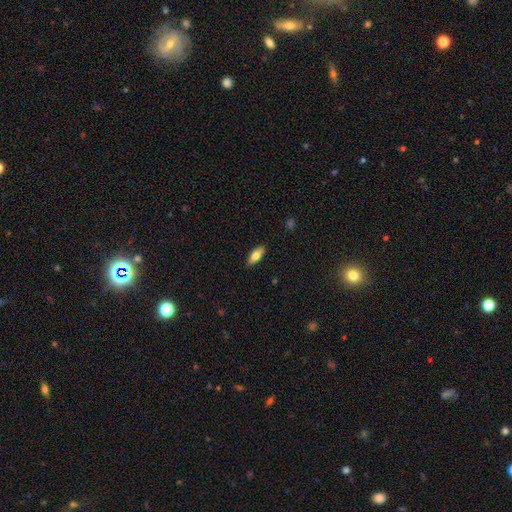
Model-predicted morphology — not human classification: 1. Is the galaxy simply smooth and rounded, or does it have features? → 71% smooth, 23% featured or disk, 6% star or artifact.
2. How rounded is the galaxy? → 72% in between, 26% cigar-shaped, 2% round.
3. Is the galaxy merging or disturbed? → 87% none, 10% minor disturbance, 2% major disturbance, 1% merger.